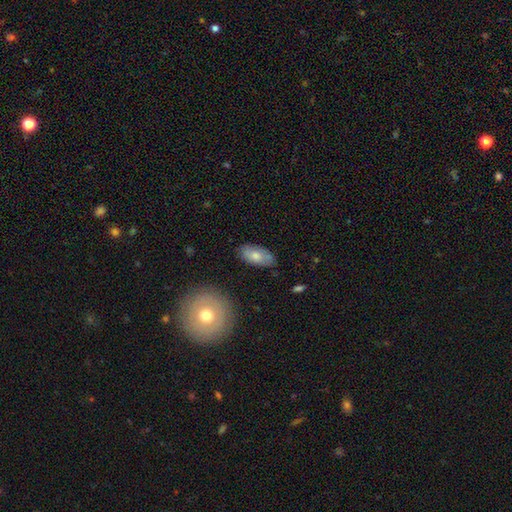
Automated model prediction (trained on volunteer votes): smooth 73%, featured or disk 20%, star or artifact 6%. Down the decision tree: how rounded — in between (92%); merging — none (80%).